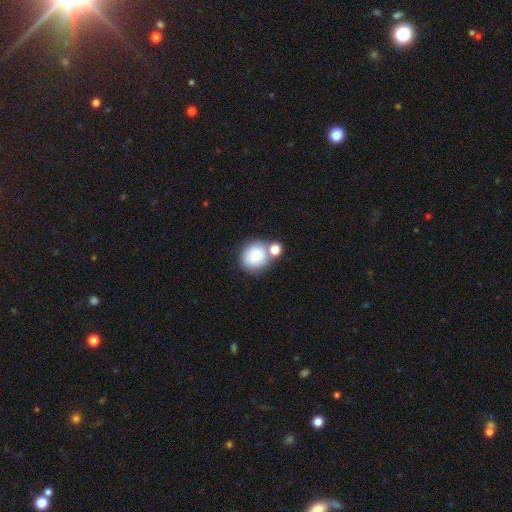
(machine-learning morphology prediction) A smooth galaxy with no disk features (81%) that is round (78%).

Vote fractions:
- Smooth or featured? smooth: 81% / featured or disk: 11% / star or artifact: 8%
- How rounded? round: 78% / in between: 21% / cigar-shaped: 1%
- Merging? none: 50% / merger: 32% / minor disturbance: 13% / major disturbance: 5%